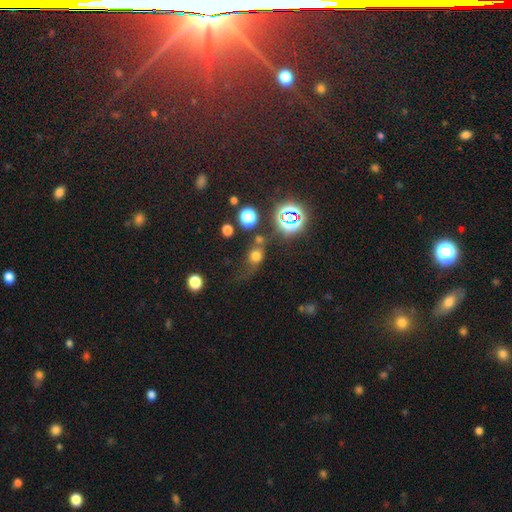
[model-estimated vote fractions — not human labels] Q: Smooth or featured?
A: smooth (63%); runner-up: star or artifact (25%)
Q: How rounded?
A: round (66%); runner-up: in between (31%)
Q: Merging?
A: none (51%); runner-up: minor disturbance (19%)